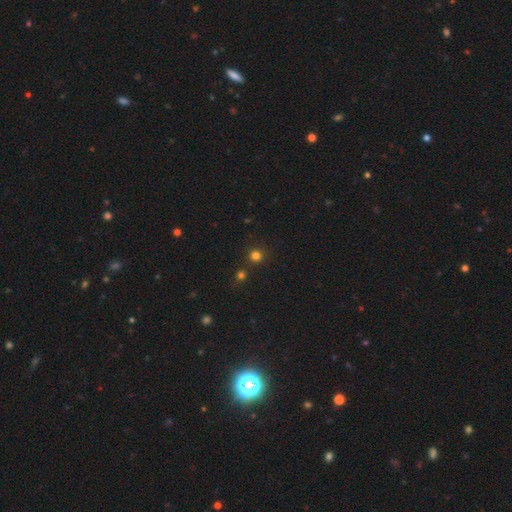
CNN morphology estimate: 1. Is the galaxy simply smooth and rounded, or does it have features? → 75% smooth, 20% star or artifact, 4% featured or disk.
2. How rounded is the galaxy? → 94% round, 5% in between, 1% cigar-shaped.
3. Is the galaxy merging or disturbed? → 82% none, 9% merger, 6% minor disturbance, 2% major disturbance.